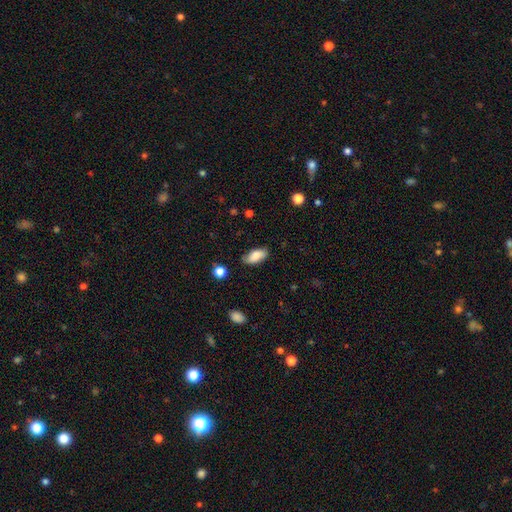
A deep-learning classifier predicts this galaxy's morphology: type=smooth (81%); roundness=in between (90%); merging=none (79%).